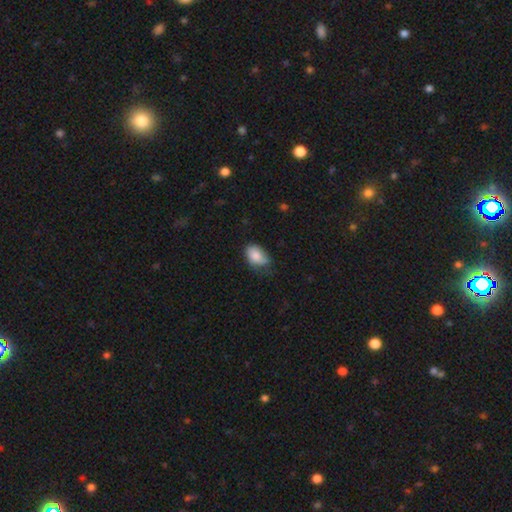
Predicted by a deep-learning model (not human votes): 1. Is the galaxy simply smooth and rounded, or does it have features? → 82% smooth, 11% featured or disk, 7% star or artifact.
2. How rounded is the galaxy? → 89% in between, 10% round, 1% cigar-shaped.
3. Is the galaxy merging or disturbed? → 47% none, 40% minor disturbance, 11% major disturbance, 2% merger.